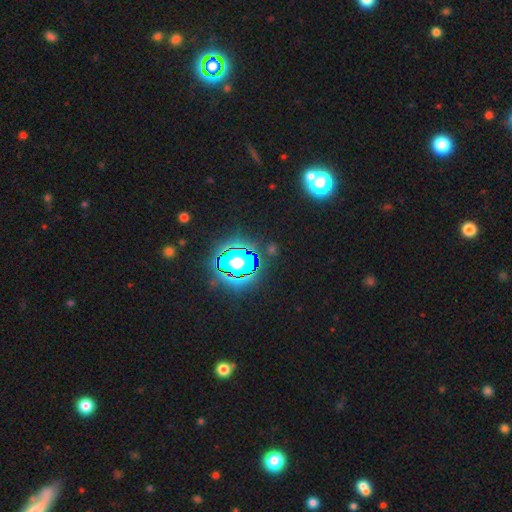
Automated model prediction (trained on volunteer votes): A star or artifact, not a galaxy (82%).

Vote fractions:
- Smooth or featured? star or artifact: 82% / smooth: 11% / featured or disk: 7%